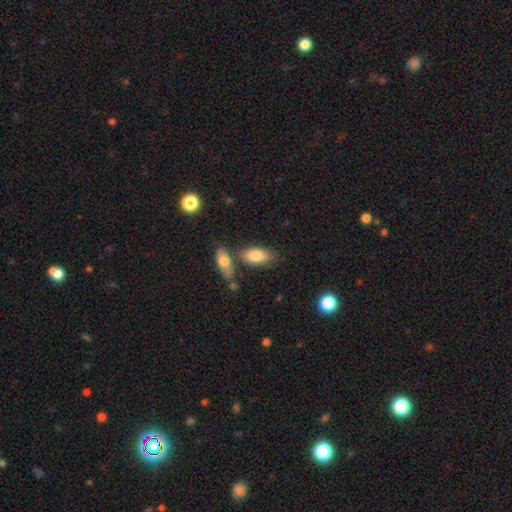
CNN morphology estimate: smooth_or_featured: smooth (p=0.83) [alt: featured or disk p=0.11]
how_rounded: in between (p=0.89) [alt: cigar-shaped p=0.08]
merging: none (p=0.63) [alt: merger p=0.19]